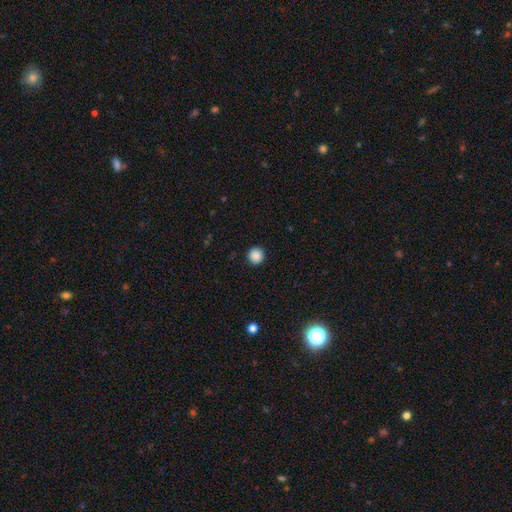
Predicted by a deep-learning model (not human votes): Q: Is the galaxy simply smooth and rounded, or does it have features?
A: smooth — 88%.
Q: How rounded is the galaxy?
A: round — 94%.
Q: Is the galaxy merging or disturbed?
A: none — 92%.